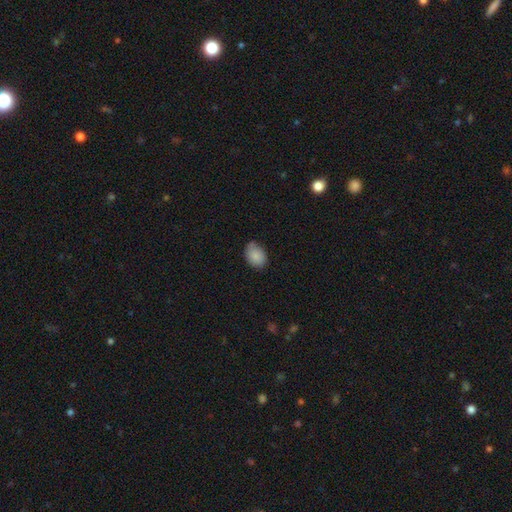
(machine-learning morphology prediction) This appears to be a smooth galaxy with no disk features (86%) that is in between round and cigar-shaped (73%). Merging: none (69%).